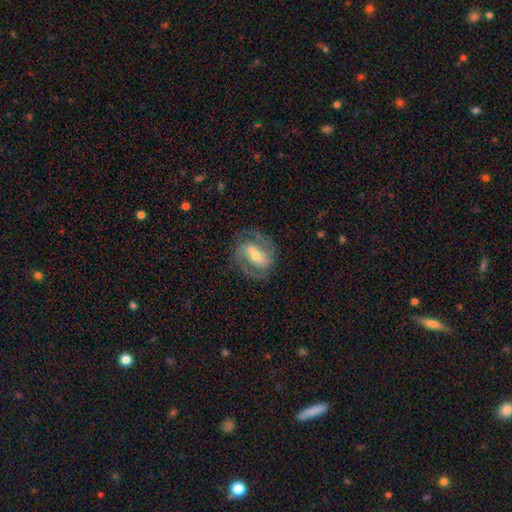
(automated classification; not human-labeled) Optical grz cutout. It shows a featured or disk galaxy (80%) with a weak bar (37%), 2 (84%) medium (51%) spiral arms (89%) and a moderate central bulge (52%). Merging: none (70%).